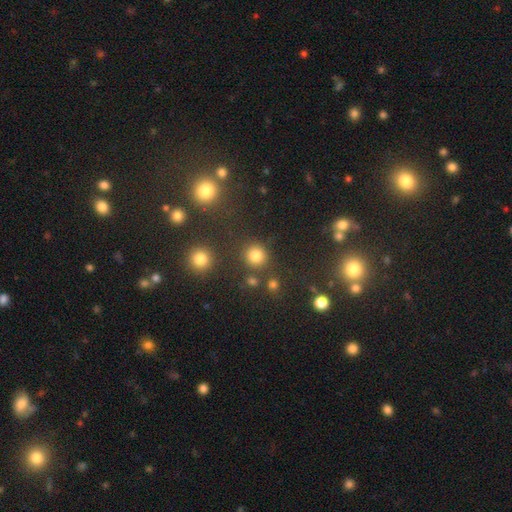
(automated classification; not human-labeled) Smooth or featured?
  - smooth: 80% *
  - star or artifact: 16%
  - featured or disk: 5%
How rounded?
  - round: 91% *
  - in between: 8%
  - cigar-shaped: 1%
Merging?
  - none: 82% *
  - minor disturbance: 8%
  - merger: 6%
  - major disturbance: 4%